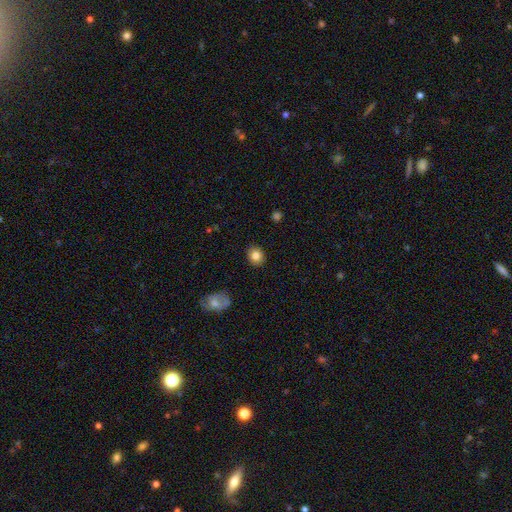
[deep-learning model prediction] Smooth or featured? smooth (83%)
How rounded? round (67%)
Merging? none (89%)